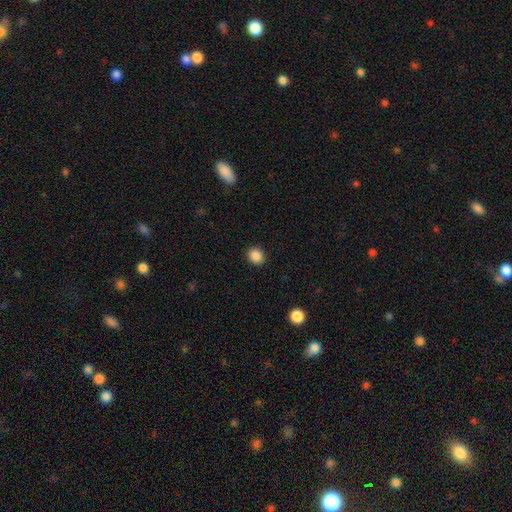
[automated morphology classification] Smooth or featured?
  - smooth: 88% *
  - star or artifact: 9%
  - featured or disk: 3%
How rounded?
  - round: 75% *
  - in between: 24%
  - cigar-shaped: 1%
Merging?
  - none: 91% *
  - minor disturbance: 6%
  - major disturbance: 2%
  - merger: 1%